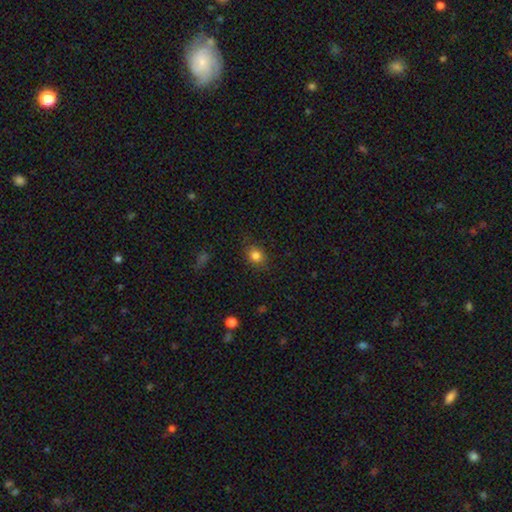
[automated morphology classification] Smooth or featured?
  - smooth: 83% *
  - star or artifact: 11%
  - featured or disk: 6%
How rounded?
  - round: 64% *
  - in between: 35%
  - cigar-shaped: 1%
Merging?
  - none: 84% *
  - minor disturbance: 11%
  - major disturbance: 3%
  - merger: 1%